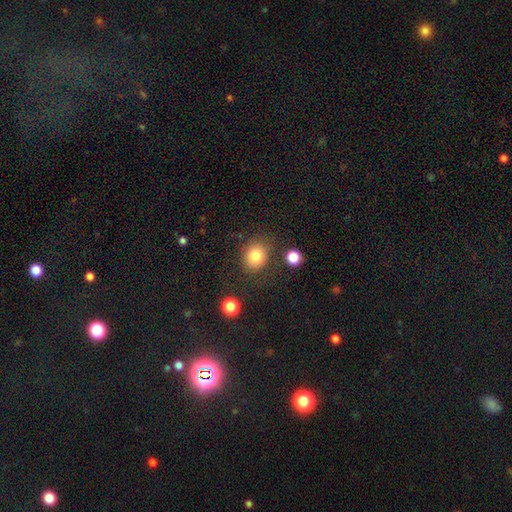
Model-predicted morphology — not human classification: smooth 81%, star or artifact 11%, featured or disk 8%. Down the decision tree: how rounded — round (71%); merging — none (79%).